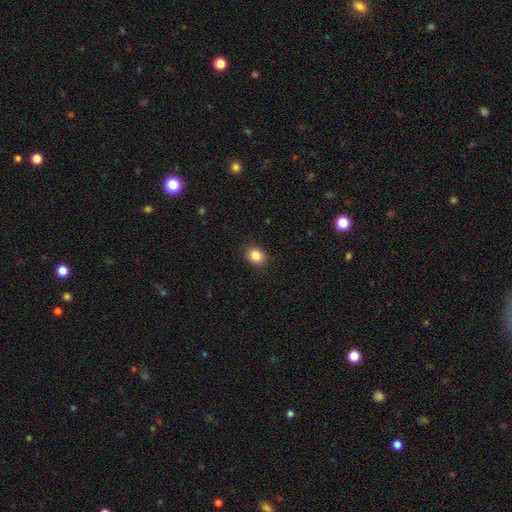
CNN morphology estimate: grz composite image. It shows a smooth galaxy with no disk features (85%) that is round (57%). Merging: none (90%).